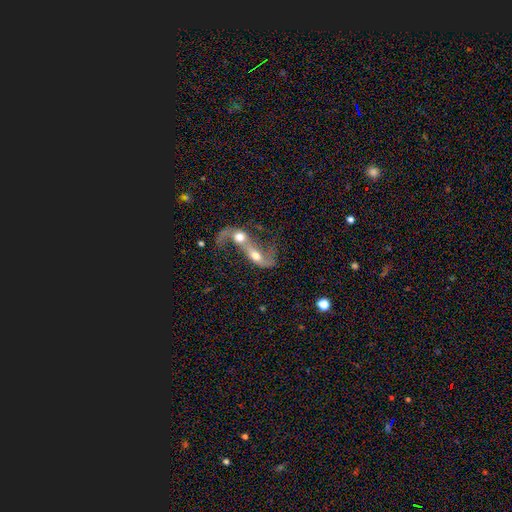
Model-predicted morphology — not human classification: The model was most divided on "smooth or featured": featured or disk: 53%, smooth: 37%, star or artifact: 9%. More confident: edge-on disk — no (88%); merging — merger (83%).